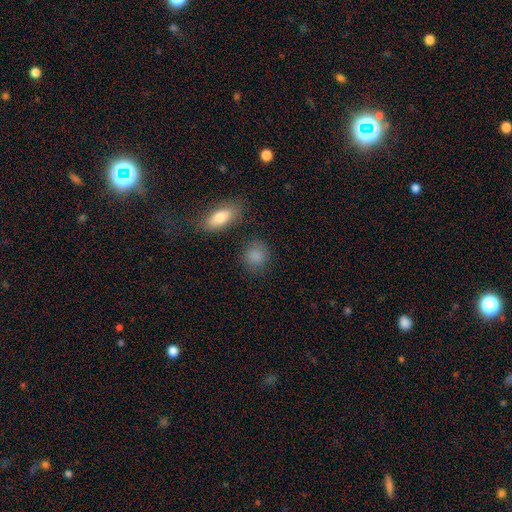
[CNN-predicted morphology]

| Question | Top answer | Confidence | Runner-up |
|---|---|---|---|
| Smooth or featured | smooth | 85% | star or artifact (10%) |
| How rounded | round | 76% | in between (22%) |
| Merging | none | 81% | minor disturbance (11%) |